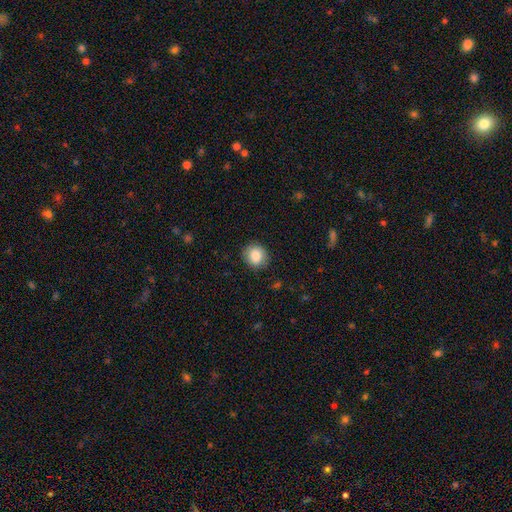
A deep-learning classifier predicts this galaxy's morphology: Smooth or featured?
  - smooth: 85% *
  - star or artifact: 8%
  - featured or disk: 7%
How rounded?
  - round: 78% *
  - in between: 21%
  - cigar-shaped: 1%
Merging?
  - none: 88% *
  - minor disturbance: 9%
  - major disturbance: 2%
  - merger: 1%